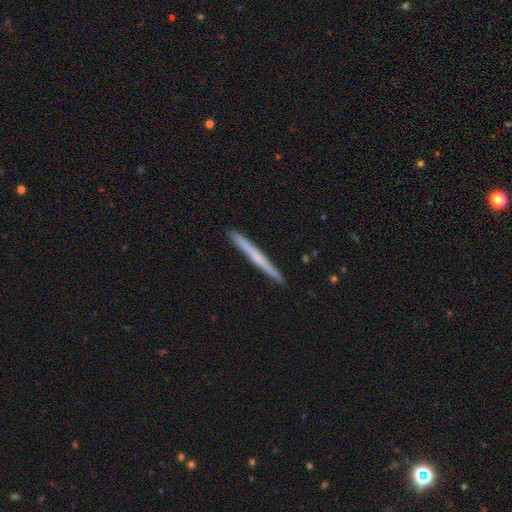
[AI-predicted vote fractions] Smooth or featured: smooth — 47% (tied with featured or disk — 47%)
Merging: none — 93% (minor disturbance — 5%)